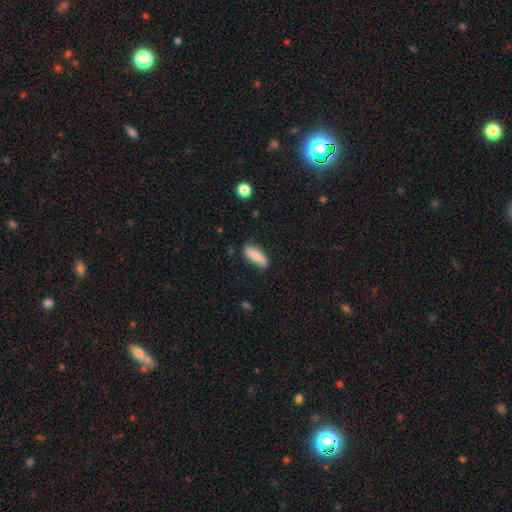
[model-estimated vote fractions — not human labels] A smooth galaxy with no disk features (71%) that is in between round and cigar-shaped (65%). Merging: none (71%).